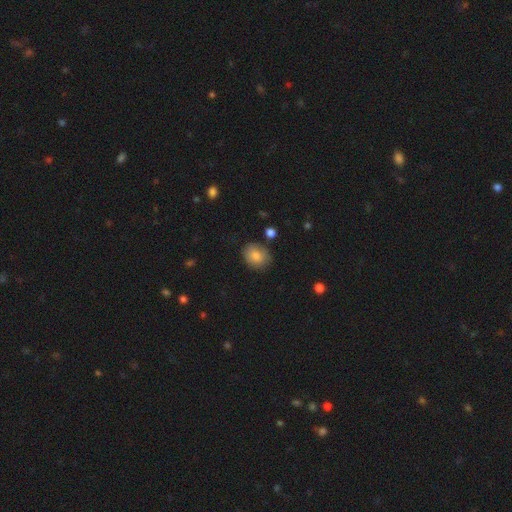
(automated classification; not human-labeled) smooth_or_featured: smooth (p=0.82) [alt: featured or disk p=0.09]
how_rounded: round (p=0.60) [alt: in between p=0.39]
merging: none (p=0.78) [alt: minor disturbance p=0.15]